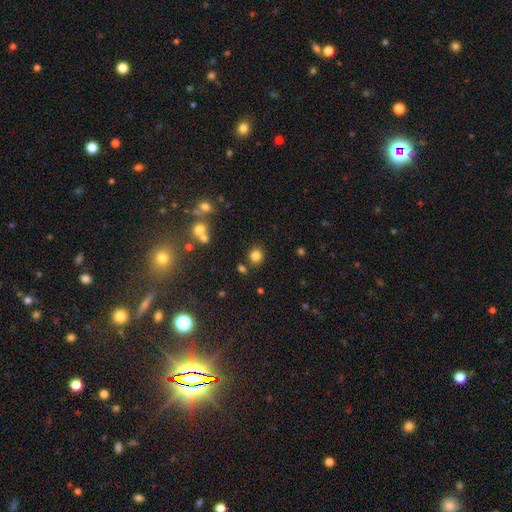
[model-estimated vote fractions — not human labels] smooth_or_featured: smooth (p=0.81) [alt: star or artifact p=0.13]
how_rounded: round (p=0.78) [alt: in between p=0.21]
merging: none (p=0.81) [alt: minor disturbance p=0.09]